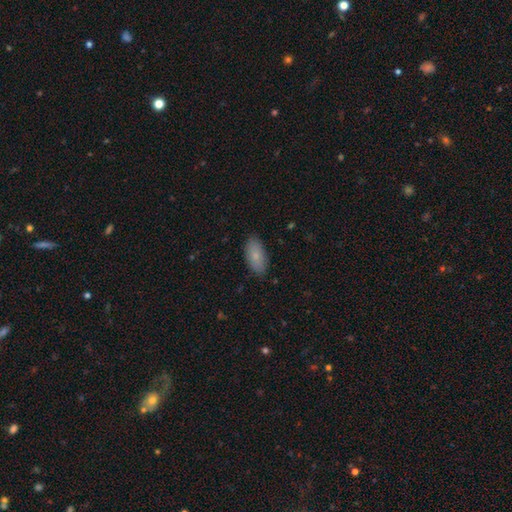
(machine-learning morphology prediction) Smooth or featured: smooth — 80% (featured or disk — 13%)
How rounded: in between — 92% (cigar-shaped — 6%)
Merging: none — 86% (minor disturbance — 10%)